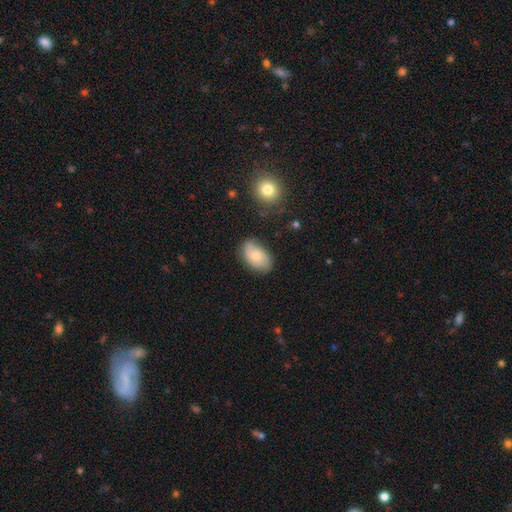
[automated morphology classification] Smooth or featured?
  - smooth: 65% *
  - featured or disk: 28%
  - star or artifact: 8%
How rounded?
  - in between: 91% *
  - round: 8%
  - cigar-shaped: 1%
Merging?
  - none: 71% *
  - minor disturbance: 21%
  - major disturbance: 5%
  - merger: 2%